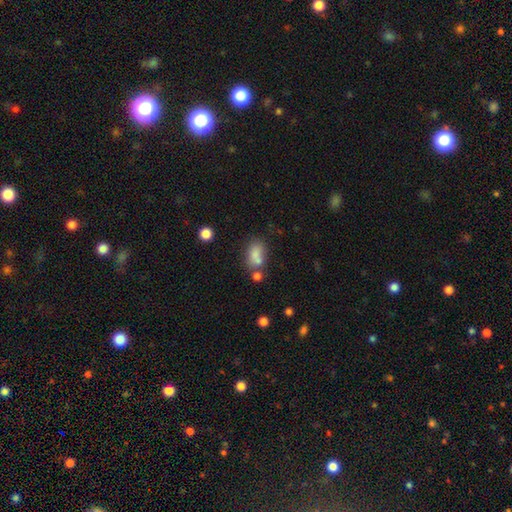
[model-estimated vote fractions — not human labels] Smooth or featured?
  - smooth: 76% *
  - featured or disk: 12%
  - star or artifact: 12%
How rounded?
  - in between: 81% *
  - round: 17%
  - cigar-shaped: 3%
Merging?
  - none: 43% *
  - merger: 31%
  - minor disturbance: 17%
  - major disturbance: 9%